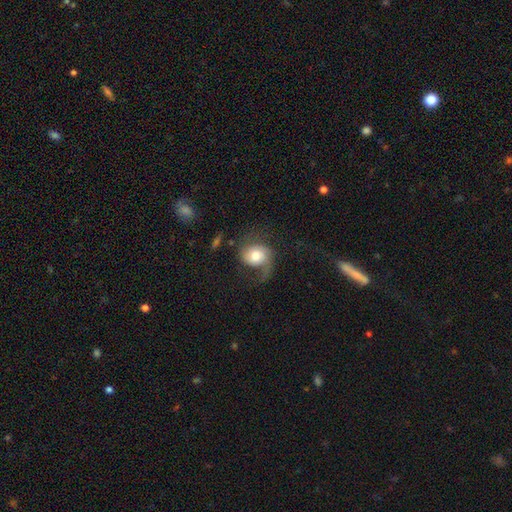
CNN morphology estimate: Smooth or featured?
  - featured or disk: 55% *
  - smooth: 37%
  - star or artifact: 8%
Edge-on disk?
  - no: 97% *
  - yes: 3%
Bar?
  - no: 70% *
  - weak: 24%
  - strong: 5%
Spiral arms?
  - yes: 89% *
  - no: 11%
Bulge size?
  - moderate: 52% *
  - large: 30%
  - small: 10%
  - dominant: 6%
  - none: 2%
Merging?
  - none: 43% *
  - major disturbance: 33%
  - minor disturbance: 21%
  - merger: 3%